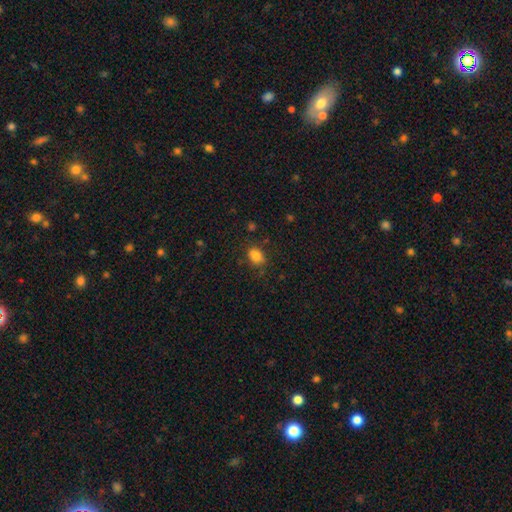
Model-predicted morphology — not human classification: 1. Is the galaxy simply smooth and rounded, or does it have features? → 81% smooth, 12% star or artifact, 7% featured or disk.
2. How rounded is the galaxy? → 71% in between, 28% round, 2% cigar-shaped.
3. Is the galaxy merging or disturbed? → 69% none, 19% minor disturbance, 7% merger, 5% major disturbance.